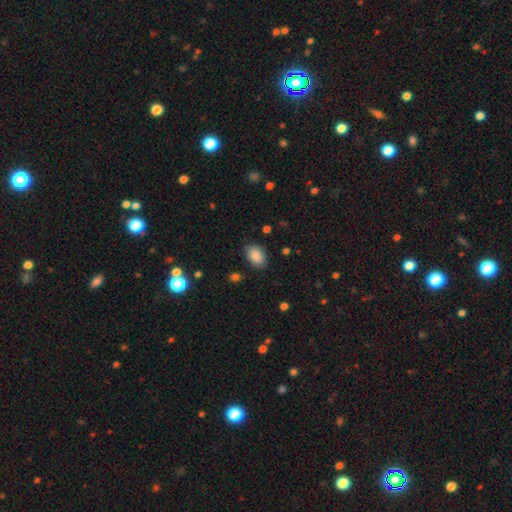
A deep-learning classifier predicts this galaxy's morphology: This is clearly a smooth galaxy (87%). How rounded: clearly in between (84%). Merging: clearly none (84%).